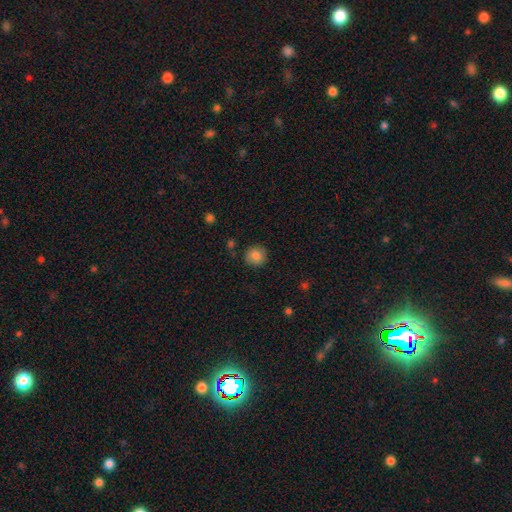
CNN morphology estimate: The model was most divided on "smooth or featured": smooth: 84%, star or artifact: 9%, featured or disk: 6%. More confident: how rounded — round (93%); merging — none (88%).